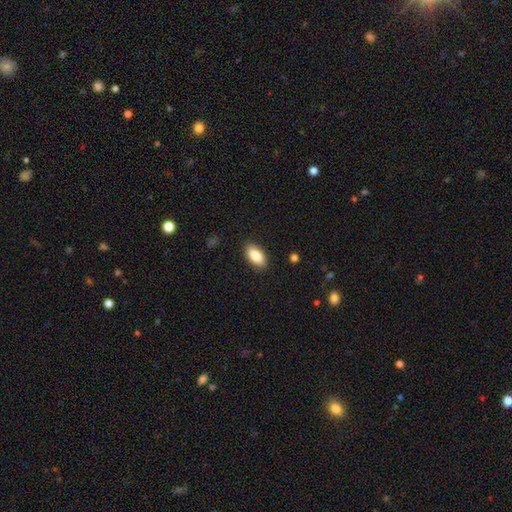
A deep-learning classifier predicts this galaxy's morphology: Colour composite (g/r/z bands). It shows a smooth galaxy with no disk features (87%) that is in between round and cigar-shaped (92%). Merging: none (89%).